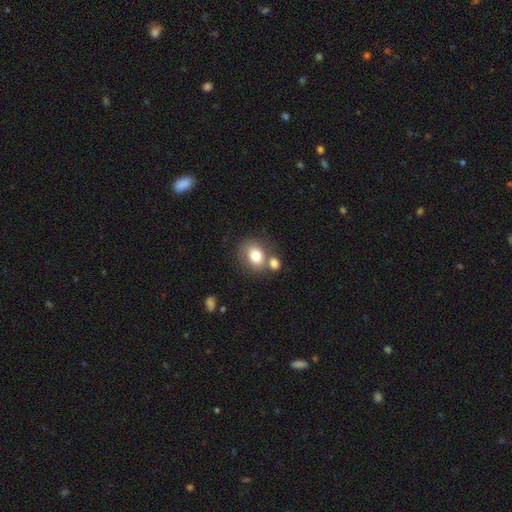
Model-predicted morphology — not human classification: smooth 76%, featured or disk 14%, star or artifact 10%. Down the decision tree: how rounded — round (57%); merging — none (52%).